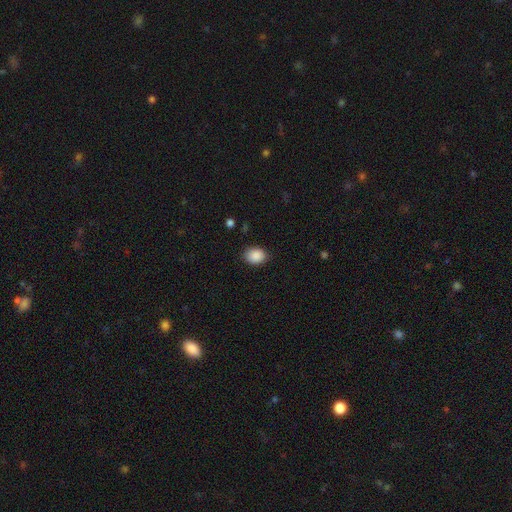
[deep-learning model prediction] Q: Smooth or featured?
A: smooth (89%); runner-up: star or artifact (8%)
Q: How rounded?
A: in between (62%); runner-up: round (37%)
Q: Merging?
A: none (84%); runner-up: minor disturbance (12%)